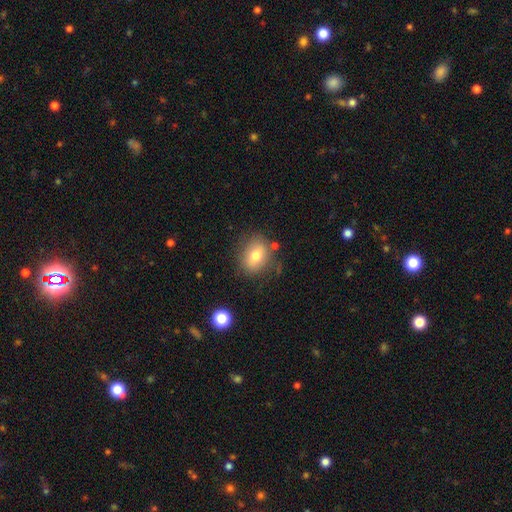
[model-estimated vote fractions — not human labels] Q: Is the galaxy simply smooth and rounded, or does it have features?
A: smooth — 70%.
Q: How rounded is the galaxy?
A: in between — 61%.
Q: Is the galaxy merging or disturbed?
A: none — 74%.